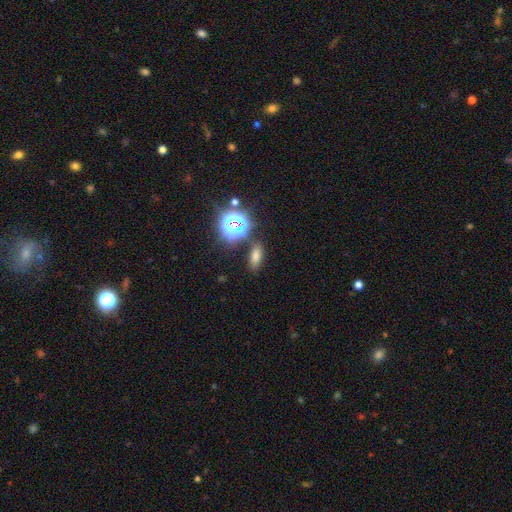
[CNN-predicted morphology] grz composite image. It shows a smooth galaxy with no disk features (66%) that is in between round and cigar-shaped (74%). Merging: none (77%).